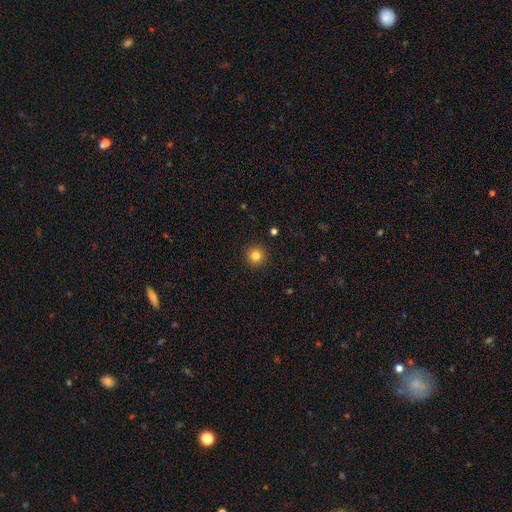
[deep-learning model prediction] smooth_or_featured: smooth (p=0.83) [alt: star or artifact p=0.12]
how_rounded: round (p=0.95) [alt: in between p=0.04]
merging: none (p=0.92) [alt: minor disturbance p=0.05]